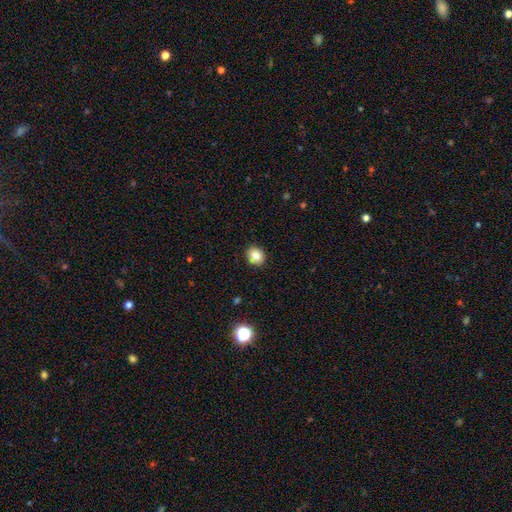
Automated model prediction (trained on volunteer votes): smooth-or-featured: smooth: 82% | star or artifact: 10% | featured or disk: 8%
  how-rounded: round: 73% | in between: 26% | cigar-shaped: 1%
  merging: none: 90% | minor disturbance: 7% | major disturbance: 2% | merger: 1%